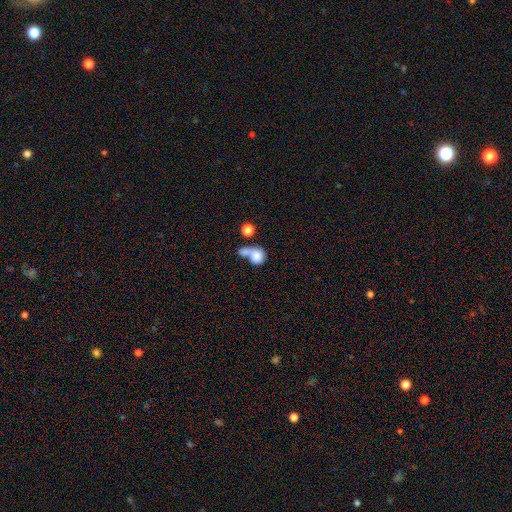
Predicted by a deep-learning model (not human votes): A smooth galaxy with no disk features (77%) that is round (65%). Merging: merger (56%).